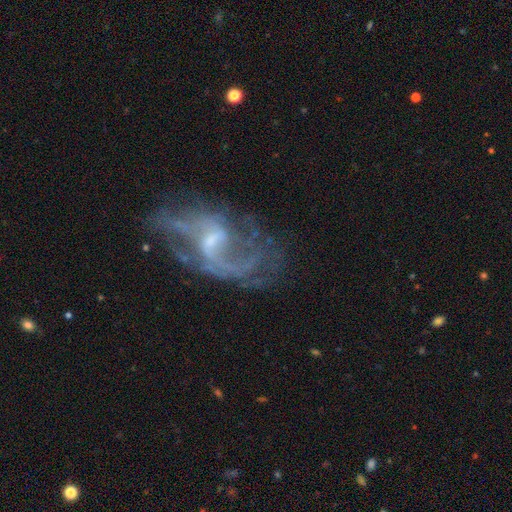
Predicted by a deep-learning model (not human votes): A featured or disk galaxy (82%) with a weak bar (53%), 2 (51%) loose (56%) spiral arms (82%) and a small central bulge (58%). Merging: none (49%).